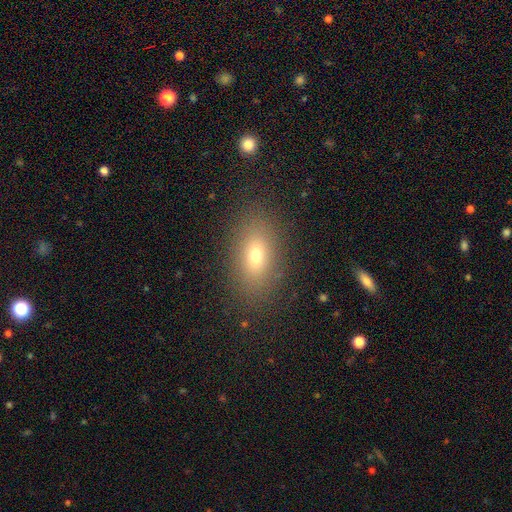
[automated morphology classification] Smooth or featured? Predicted: smooth (p=0.71). How rounded? Predicted: in between (p=0.83). Merging? Predicted: none (p=0.86).